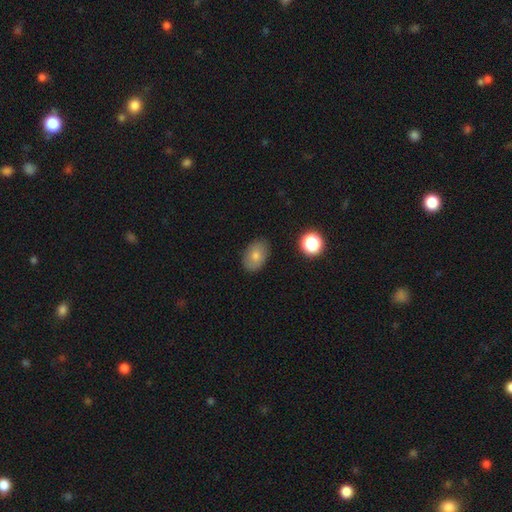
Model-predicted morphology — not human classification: Smooth or featured? Predicted: smooth (p=0.75). How rounded? Predicted: in between (p=0.82). Merging? Predicted: none (p=0.85).